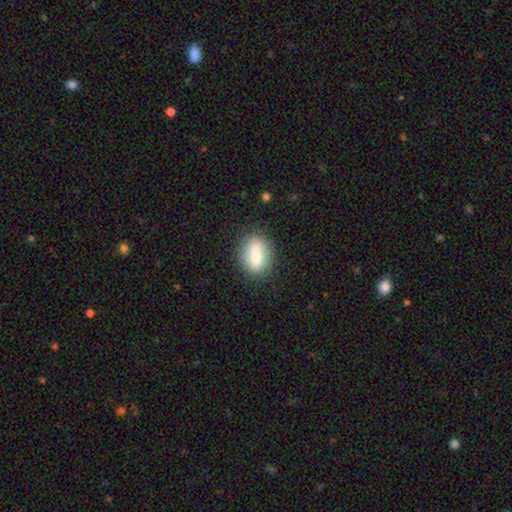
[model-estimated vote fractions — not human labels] smooth 77%, featured or disk 15%, star or artifact 8%. Down the decision tree: how rounded — in between (75%); merging — none (77%).